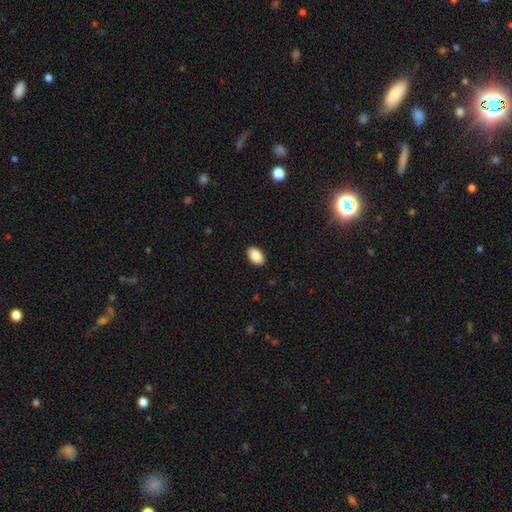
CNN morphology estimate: smooth_or_featured: smooth (p=0.89) [alt: star or artifact p=0.07]
how_rounded: in between (p=0.92) [alt: round p=0.07]
merging: none (p=0.90) [alt: minor disturbance p=0.07]